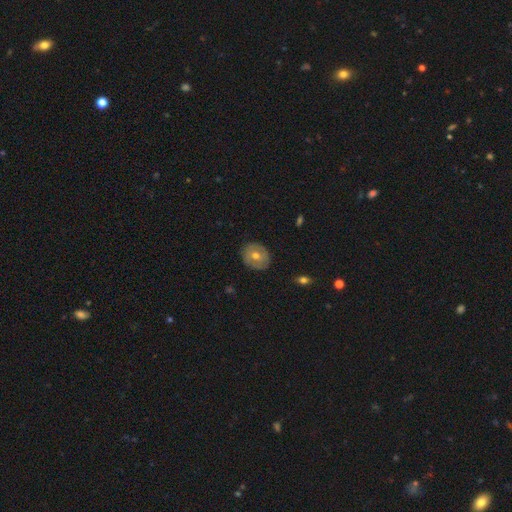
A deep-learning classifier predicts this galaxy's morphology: Smooth or featured? smooth (48%)
Merging? none (85%)